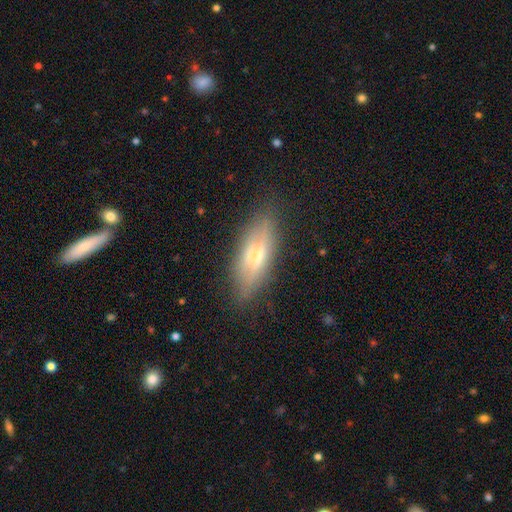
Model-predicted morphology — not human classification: smooth_or_featured: featured or disk (p=0.50) [alt: smooth p=0.41]
disk_edge_on: yes (p=0.80) [alt: no p=0.20]
merging: none (p=0.81) [alt: minor disturbance p=0.14]